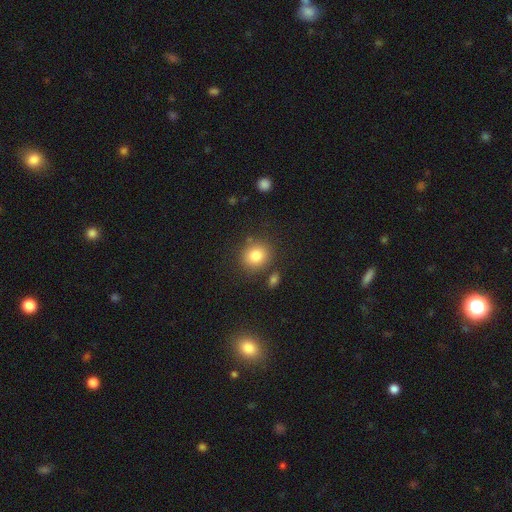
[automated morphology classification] smooth_or_featured: smooth (p=0.82) [alt: star or artifact p=0.10]
how_rounded: round (p=0.84) [alt: in between p=0.15]
merging: none (p=0.81) [alt: minor disturbance p=0.10]